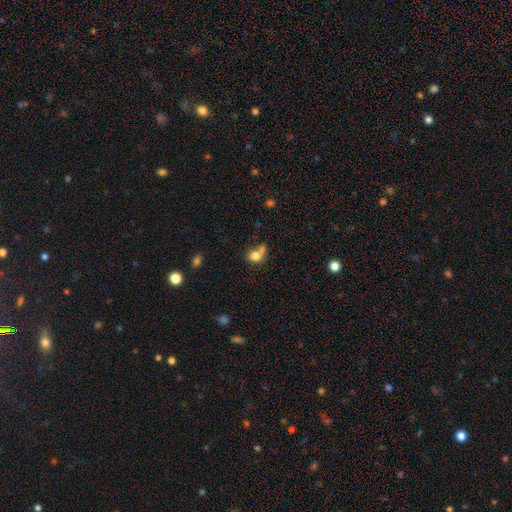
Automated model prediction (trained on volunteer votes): Smooth or featured? smooth (78%)
How rounded? round (62%)
Merging? merger (43%)